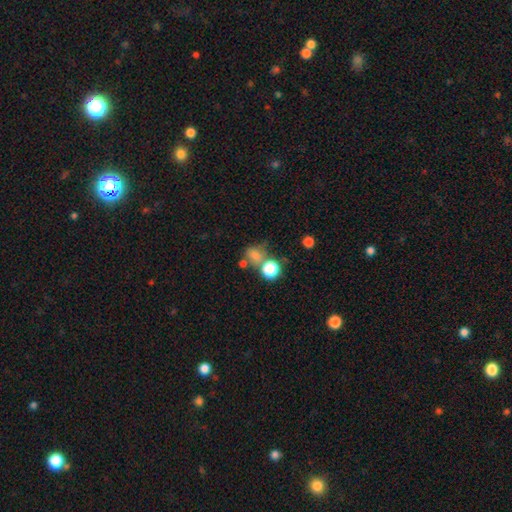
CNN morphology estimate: type=smooth (70%); roundness=round (69%); merging=none (49%).